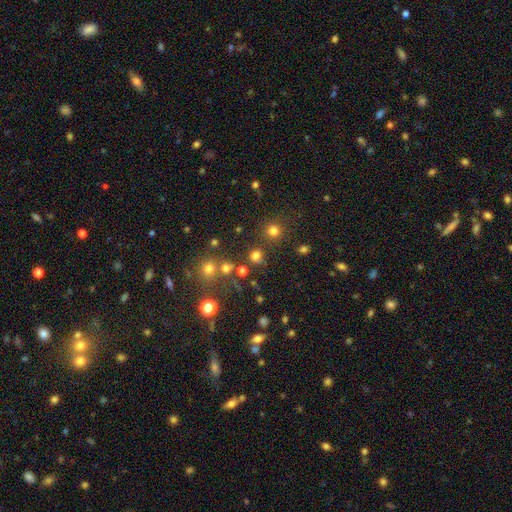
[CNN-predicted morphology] A smooth galaxy with no disk features (72%) that is round (88%). Merging: none (78%).